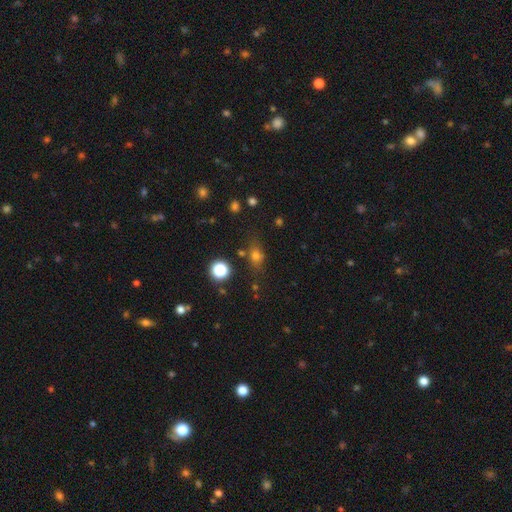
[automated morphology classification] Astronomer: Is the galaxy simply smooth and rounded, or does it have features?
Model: smooth — 69%.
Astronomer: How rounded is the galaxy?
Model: in between — 51% (runner-up: round, 44%).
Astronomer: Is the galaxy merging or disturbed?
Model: none — 69%.